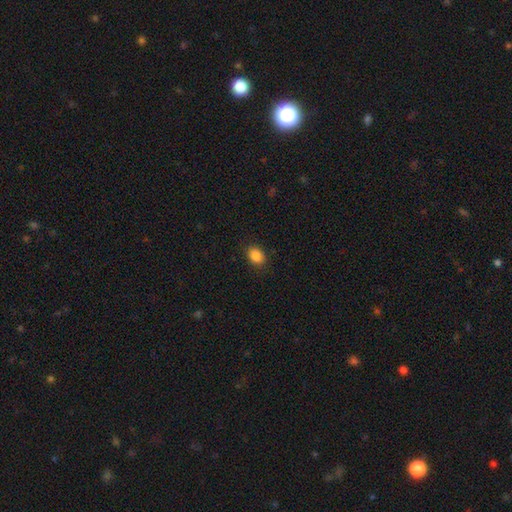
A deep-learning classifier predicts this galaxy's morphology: Smooth or featured?
  - smooth: 87% *
  - star or artifact: 9%
  - featured or disk: 4%
How rounded?
  - in between: 67% *
  - round: 31%
  - cigar-shaped: 1%
Merging?
  - none: 88% *
  - minor disturbance: 9%
  - major disturbance: 2%
  - merger: 1%